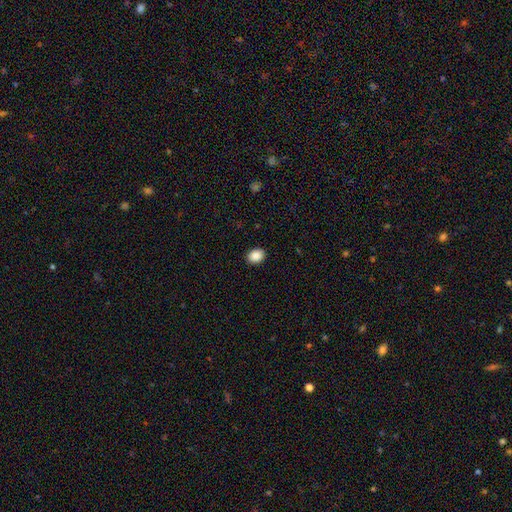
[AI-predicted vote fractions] Smooth or featured? Predicted: smooth (p=0.89). How rounded? Predicted: in between (p=0.56). Merging? Predicted: none (p=0.91).